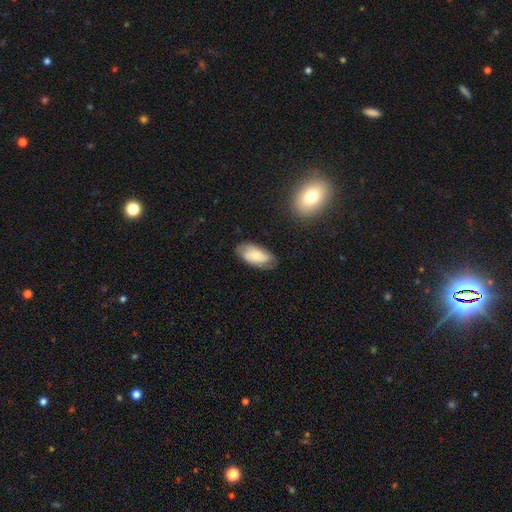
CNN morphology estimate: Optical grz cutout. It shows a smooth galaxy with no disk features (63%) that is in between round and cigar-shaped (92%). Merging: none (74%).